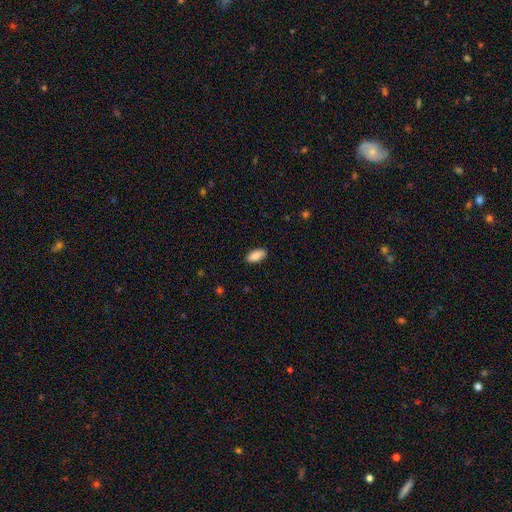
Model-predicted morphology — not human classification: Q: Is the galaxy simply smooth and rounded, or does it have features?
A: smooth — 90%.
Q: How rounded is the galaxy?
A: in between — 91%.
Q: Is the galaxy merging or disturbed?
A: none — 88%.